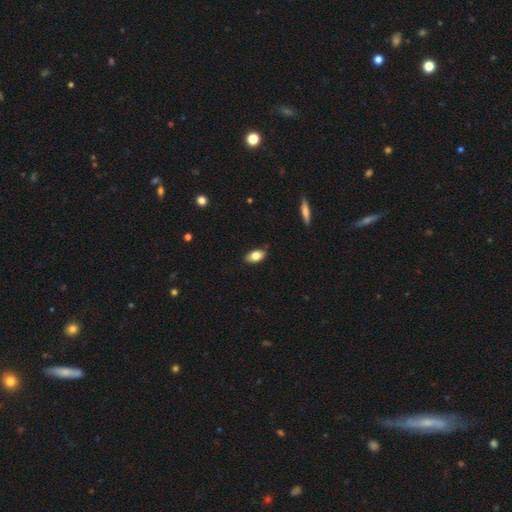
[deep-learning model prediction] Smooth or featured?
  - smooth: 80% *
  - featured or disk: 13%
  - star or artifact: 7%
How rounded?
  - in between: 91% *
  - round: 5%
  - cigar-shaped: 3%
Merging?
  - none: 86% *
  - minor disturbance: 12%
  - major disturbance: 2%
  - merger: 1%